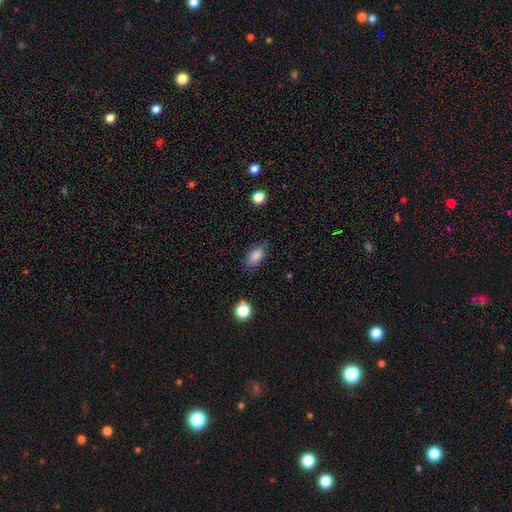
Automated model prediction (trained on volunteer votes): The model was most divided on "merging": none: 78%, minor disturbance: 16%, major disturbance: 4%, merger: 2%. More confident: how rounded — in between (89%); smooth or featured — smooth (86%).